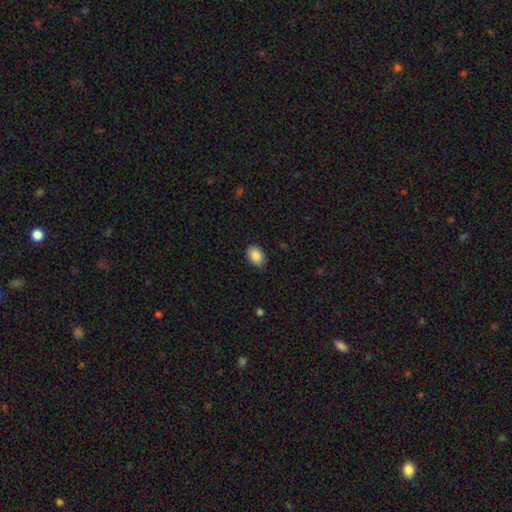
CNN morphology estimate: A smooth galaxy with no disk features (88%) that is in between round and cigar-shaped (80%). Merging: none (85%).